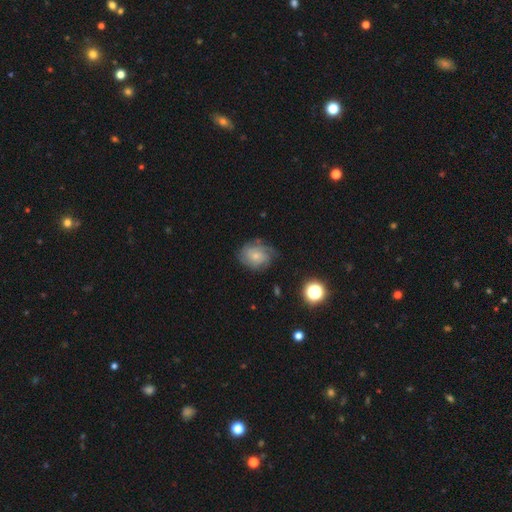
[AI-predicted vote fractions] featured or disk 58%, smooth 33%, star or artifact 9%. Down the decision tree: edge-on disk — no (97%); bar — no (74%); spiral arms — yes (88%); bulge size — small (63%); merging — none (64%).